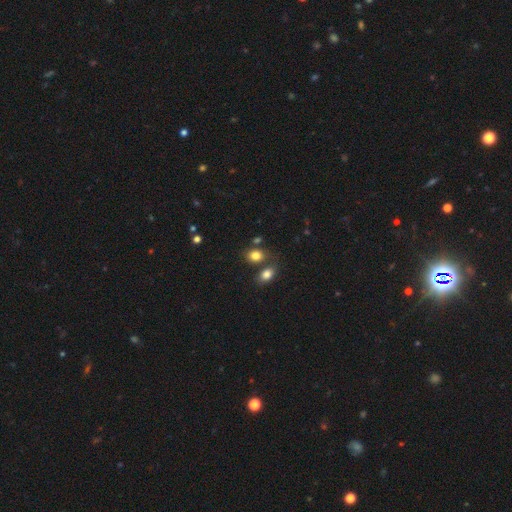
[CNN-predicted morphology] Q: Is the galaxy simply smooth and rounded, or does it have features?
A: smooth — 82%.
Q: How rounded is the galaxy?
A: in between — 63%.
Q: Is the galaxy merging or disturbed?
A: none — 61%.